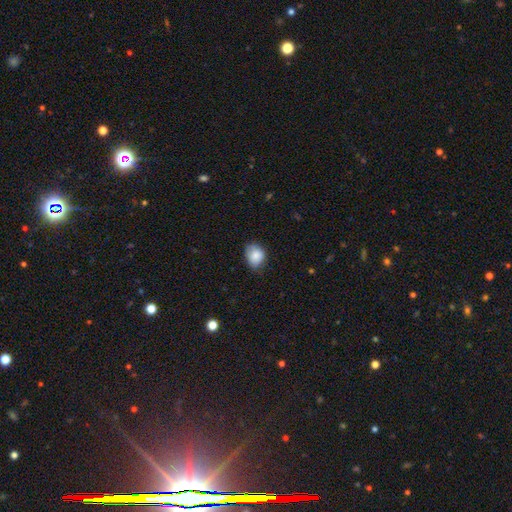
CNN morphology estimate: type=smooth (85%); roundness=round (51%); merging=none (62%).